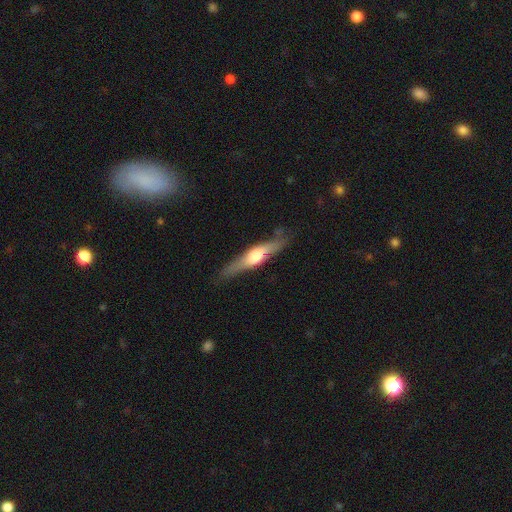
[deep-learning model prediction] Overall: featured or disk (61%; smooth 34%). Edge-on disk: yes (92%). Edge-on bulge: rounded (86%). Merging: none (79%).